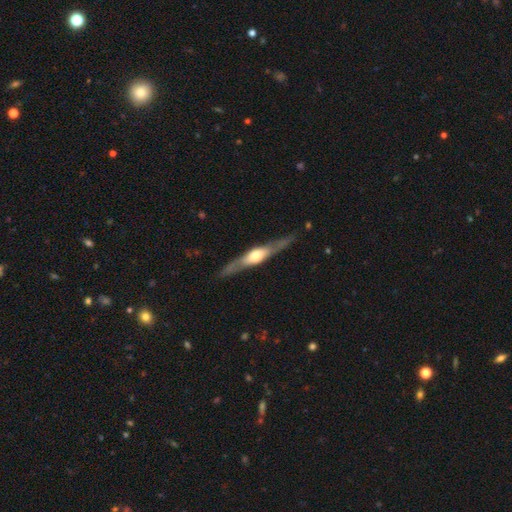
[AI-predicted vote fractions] This is likely a featured or disk galaxy (72%). It is clearly viewed edge-on (94%). Edge-on bulge: clearly rounded (84%). Merging: clearly none (84%).